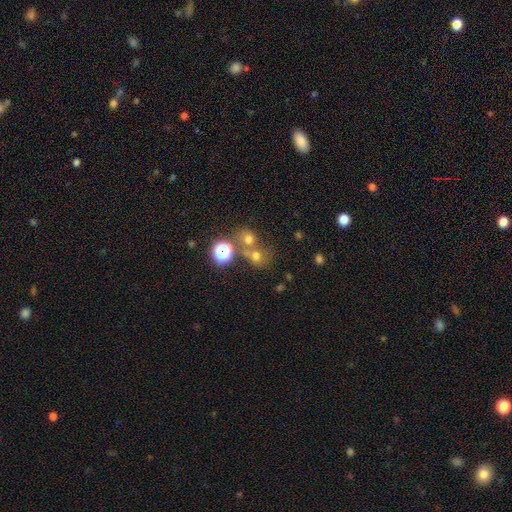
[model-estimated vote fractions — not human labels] Morphology: type=smooth (62%); roundness=round (77%); merging=none (47%).